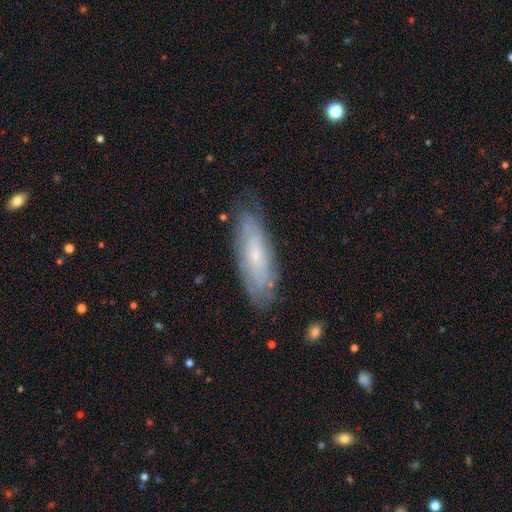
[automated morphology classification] smooth-or-featured: featured or disk: 56% | smooth: 37% | star or artifact: 8%
  disk-edge-on: no: 73% | yes: 27%
  merging: none: 79% | minor disturbance: 17% | major disturbance: 4% | merger: 1%